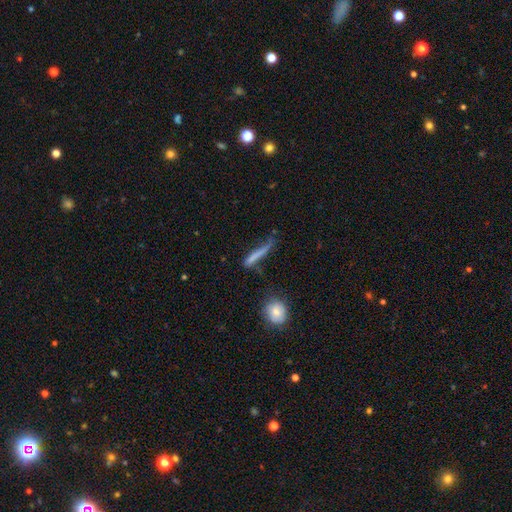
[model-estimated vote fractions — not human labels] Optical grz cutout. It shows a smooth galaxy with no disk features (66%) that is cigar-shaped (92%). Merging: none (53%).